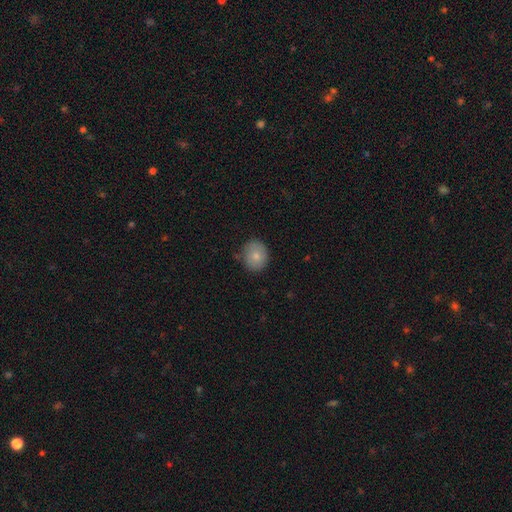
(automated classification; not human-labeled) Smooth or featured: smooth — 79% (featured or disk — 12%)
How rounded: round — 73% (in between — 26%)
Merging: none — 78% (minor disturbance — 17%)